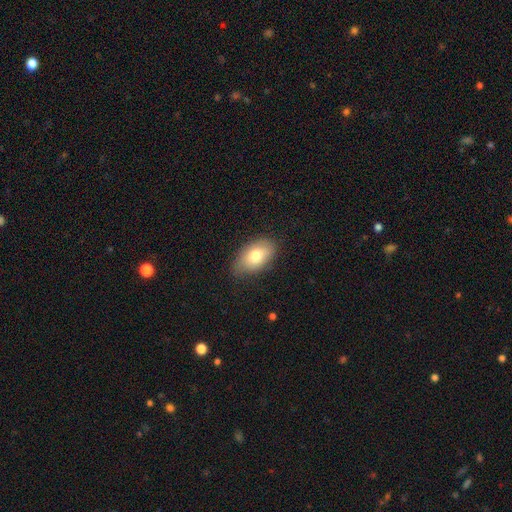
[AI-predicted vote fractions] This is likely a smooth galaxy (77%). How rounded: clearly in between (92%). Merging: likely none (77%).